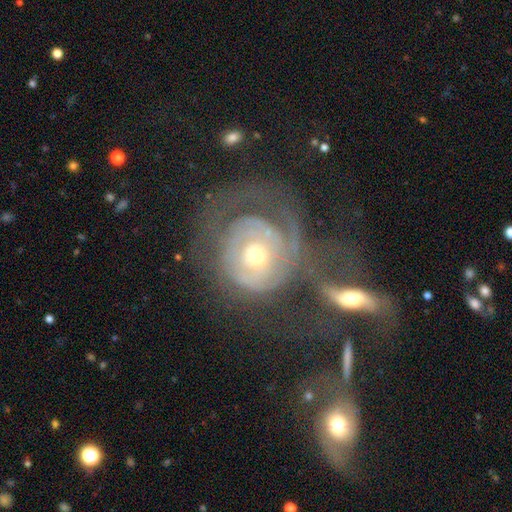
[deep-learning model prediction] Q: Smooth or featured?
A: featured or disk (77%); runner-up: smooth (16%)
Q: Edge-on disk?
A: no (96%); runner-up: yes (4%)
Q: Bar?
A: no (76%); runner-up: weak (18%)
Q: Spiral arms?
A: yes (79%); runner-up: no (21%)
Q: Spiral winding?
A: tight (67%); runner-up: medium (22%)
Q: Spiral arm count?
A: can't tell (42%); runner-up: 2 (24%)
Q: Bulge size?
A: moderate (57%); runner-up: small (36%)
Q: Merging?
A: none (32%); runner-up: merger (28%)